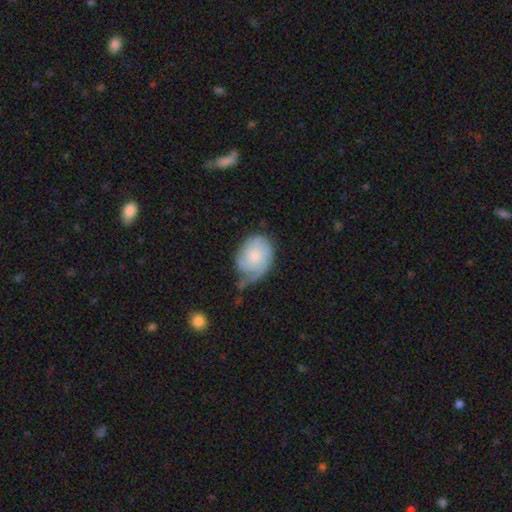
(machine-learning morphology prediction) Smooth or featured: featured or disk — 52% (smooth — 41%)
Edge-on disk: no — 97% (yes — 3%)
Bar: no — 79% (weak — 19%)
Spiral arms: yes — 84% (no — 16%)
Bulge size: small — 56% (moderate — 31%)
Merging: none — 38% (minor disturbance — 36%)